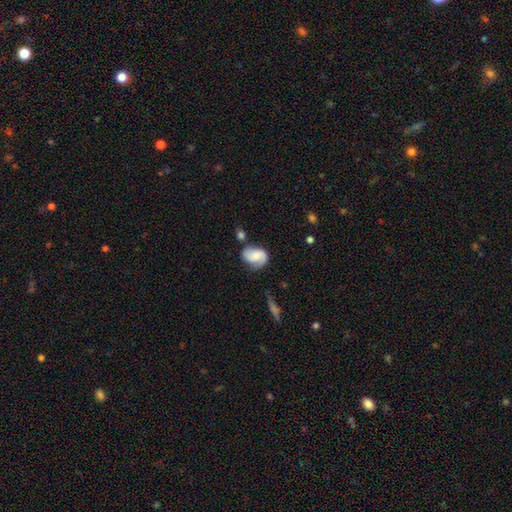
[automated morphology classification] Q: Smooth or featured?
A: featured or disk (54%); runner-up: smooth (38%)
Q: Edge-on disk?
A: no (97%); runner-up: yes (3%)
Q: Bar?
A: no (59%); runner-up: weak (33%)
Q: Spiral arms?
A: yes (91%); runner-up: no (9%)
Q: Bulge size?
A: moderate (32%); runner-up: small (30%)
Q: Merging?
A: none (54%); runner-up: minor disturbance (26%)